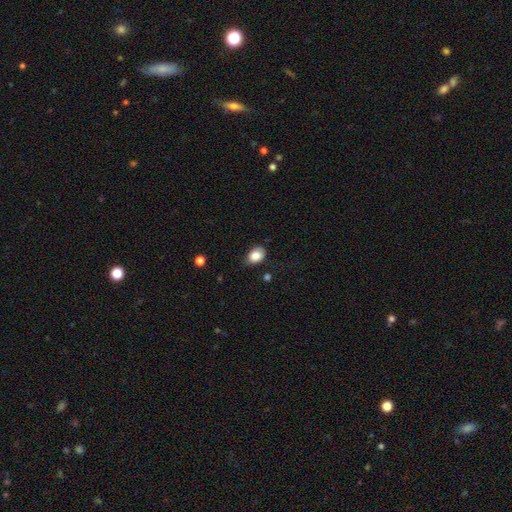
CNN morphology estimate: Smooth or featured? smooth (85%)
How rounded? in between (79%)
Merging? none (71%)